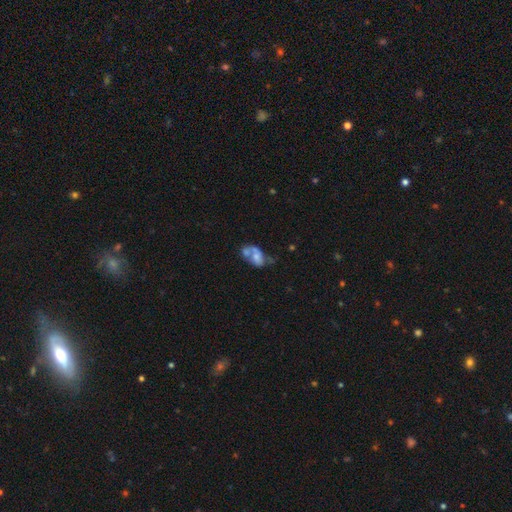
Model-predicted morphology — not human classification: type=smooth (49%); merging=merger (53%).